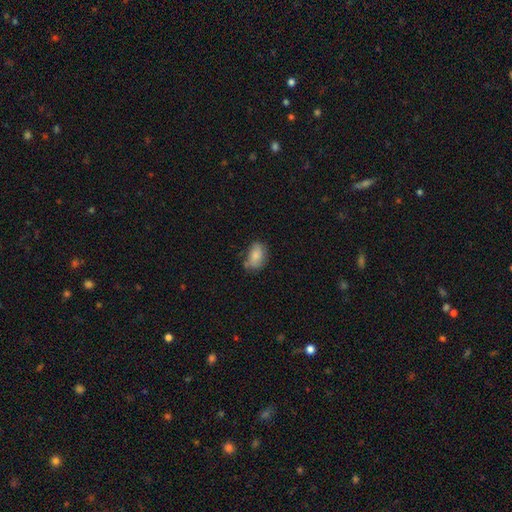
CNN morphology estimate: This is clearly a smooth galaxy (83%). How rounded: clearly in between (87%). Merging: likely none (62%).